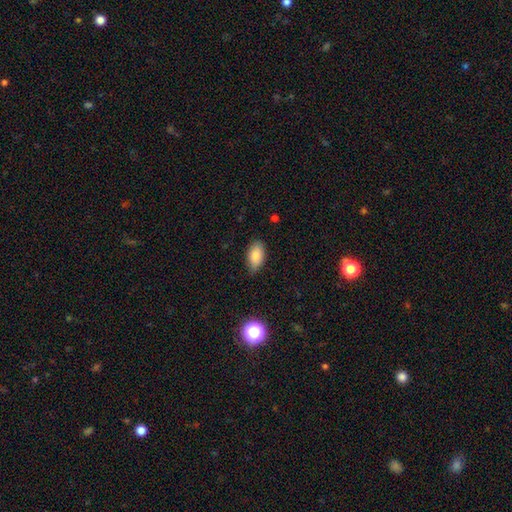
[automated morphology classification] smooth 85%, star or artifact 8%, featured or disk 7%. Down the decision tree: how rounded — in between (92%); merging — none (78%).